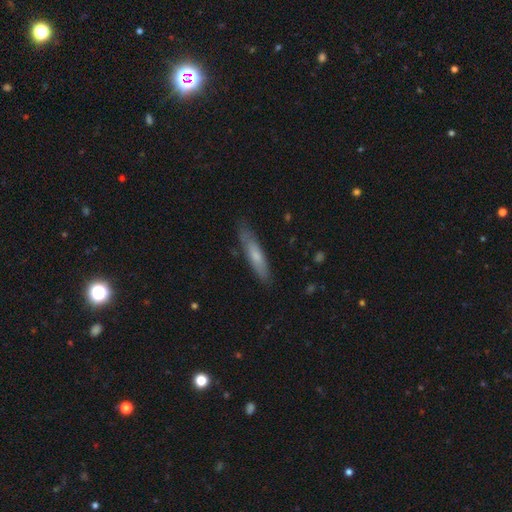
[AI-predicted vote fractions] A smooth galaxy with no disk features (62%) that is cigar-shaped (84%).

Vote fractions:
- Smooth or featured? smooth: 62% / featured or disk: 33% / star or artifact: 6%
- How rounded? cigar-shaped: 84% / in between: 15% / round: 1%
- Merging? none: 78% / minor disturbance: 17% / major disturbance: 3% / merger: 2%